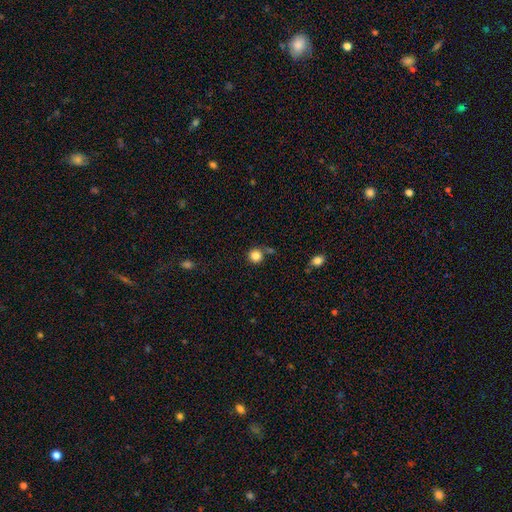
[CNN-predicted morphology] Smooth or featured?
  - smooth: 85% *
  - star or artifact: 11%
  - featured or disk: 4%
How rounded?
  - round: 94% *
  - in between: 5%
  - cigar-shaped: 1%
Merging?
  - none: 77% *
  - merger: 10%
  - minor disturbance: 9%
  - major disturbance: 3%